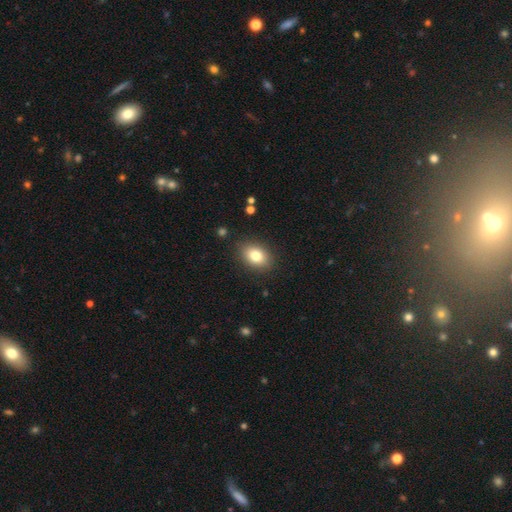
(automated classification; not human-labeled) Overall: smooth (82%). How rounded: in between (74%). Merging: none (87%).